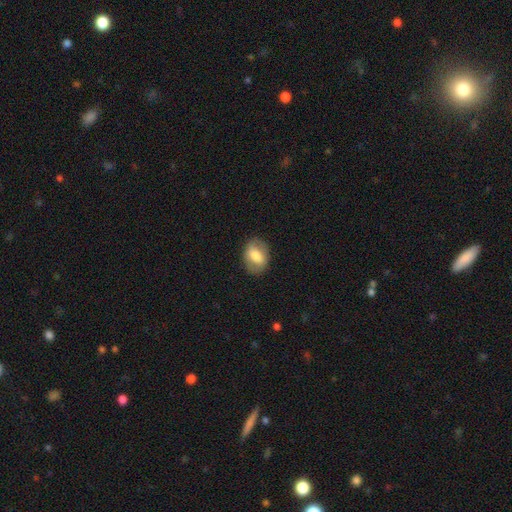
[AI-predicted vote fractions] The model was most divided on "smooth or featured": smooth: 63%, featured or disk: 30%, star or artifact: 7%. More confident: merging — none (82%); how rounded — in between (77%).